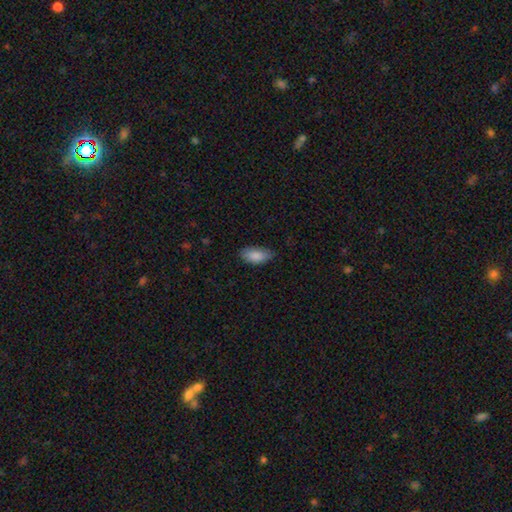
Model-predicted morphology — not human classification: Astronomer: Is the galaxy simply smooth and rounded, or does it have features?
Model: smooth — 88%.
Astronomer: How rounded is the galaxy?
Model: in between — 91%.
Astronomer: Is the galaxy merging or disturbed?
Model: none — 73%.